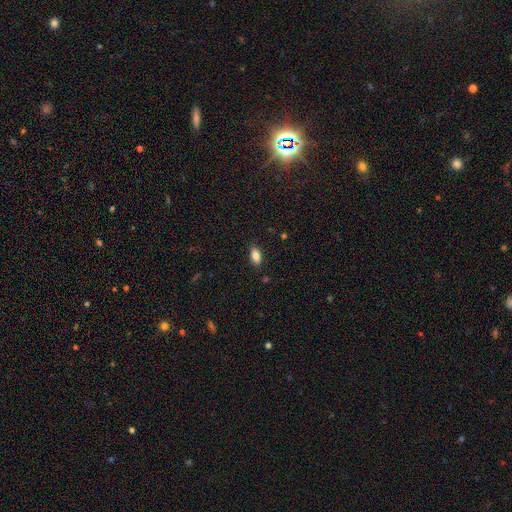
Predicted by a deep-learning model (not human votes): This is clearly a smooth galaxy (86%). How rounded: clearly in between (91%). Merging: clearly none (86%).